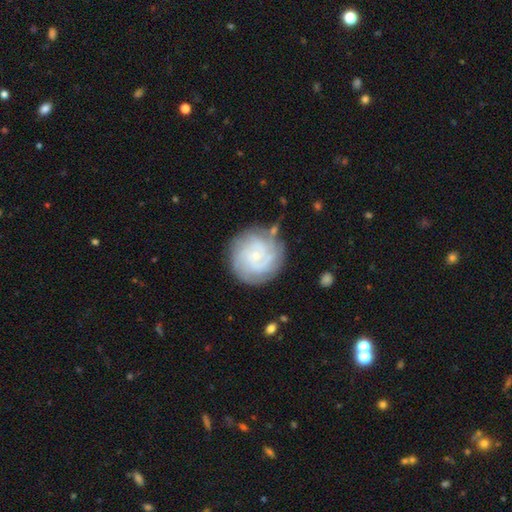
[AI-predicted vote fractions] smooth-or-featured: featured or disk: 73% | smooth: 20% | star or artifact: 7%
  disk-edge-on: no: 98% | yes: 2%
    bar: no: 74% | weak: 22% | strong: 4%
    has-spiral-arms: yes: 94% | no: 6%
      spiral-winding: tight: 73% | medium: 22% | loose: 5%
      spiral-arm-count: can't tell: 34% | 3: 20% | 4: 20% | 2: 14% | more than 4: 7% | 1: 6%
    bulge-size: small: 79% | moderate: 13% | none: 5% | large: 2% | dominant: 1%
  merging: none: 78% | minor disturbance: 15% | major disturbance: 5% | merger: 3%